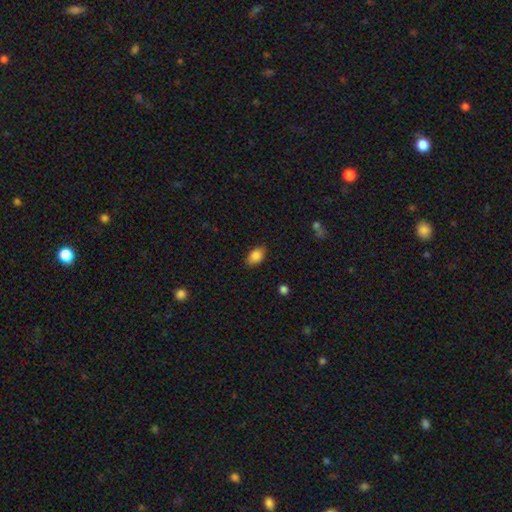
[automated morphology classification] Smooth or featured? Predicted: smooth (p=0.86). How rounded? Predicted: in between (p=0.89). Merging? Predicted: none (p=0.85).